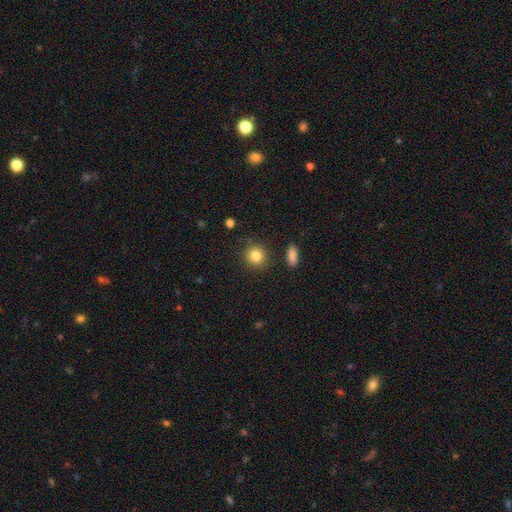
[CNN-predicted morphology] A smooth galaxy with no disk features (84%) that is round (89%). Merging: none (88%).